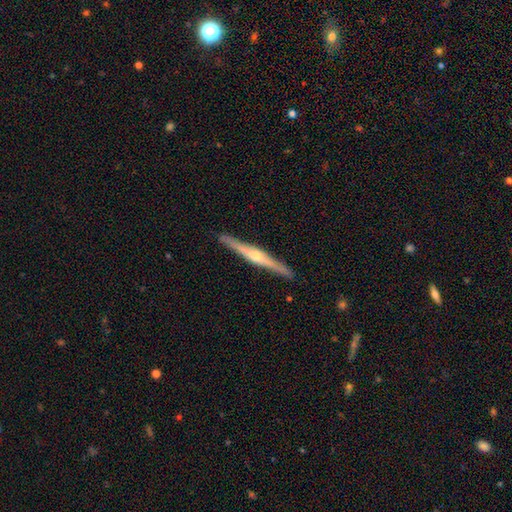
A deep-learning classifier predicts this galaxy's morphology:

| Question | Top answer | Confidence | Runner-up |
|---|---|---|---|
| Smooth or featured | featured or disk | 80% | smooth (15%) |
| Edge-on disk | yes | 98% | no (2%) |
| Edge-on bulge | rounded | 89% | none (6%) |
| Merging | none | 92% | minor disturbance (6%) |